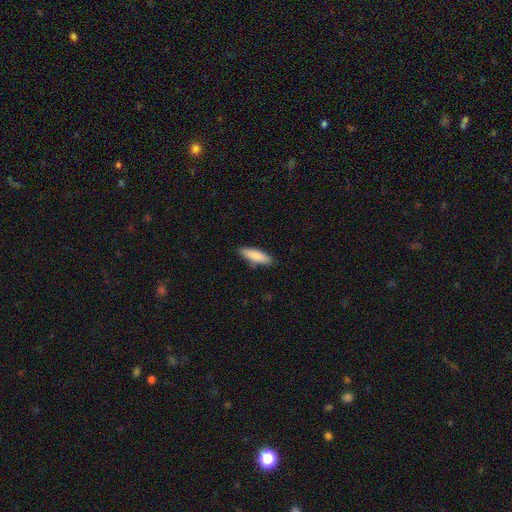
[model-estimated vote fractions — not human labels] smooth-or-featured: smooth: 84% | featured or disk: 11% | star or artifact: 6%
  how-rounded: cigar-shaped: 54% | in between: 44% | round: 2%
  merging: none: 85% | minor disturbance: 11% | major disturbance: 2% | merger: 1%